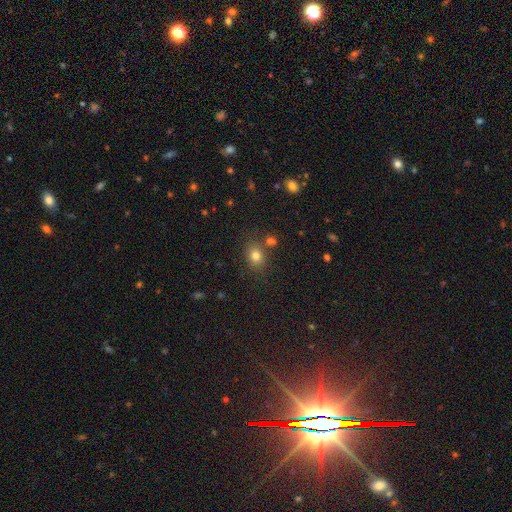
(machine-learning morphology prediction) Smooth or featured: smooth — 78% (star or artifact — 14%)
How rounded: round — 51% (in between — 48%)
Merging: none — 74% (minor disturbance — 11%)